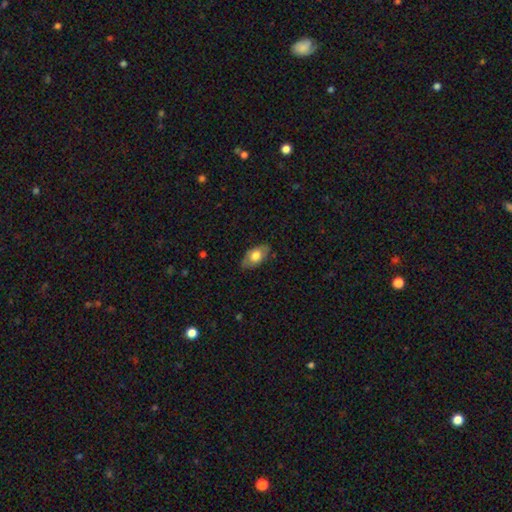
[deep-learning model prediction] Q: Smooth or featured?
A: smooth (67%); runner-up: featured or disk (26%)
Q: How rounded?
A: in between (92%); runner-up: round (6%)
Q: Merging?
A: none (75%); runner-up: minor disturbance (20%)